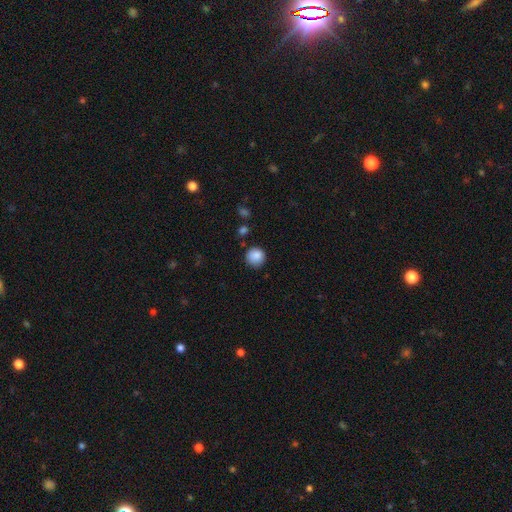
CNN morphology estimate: This appears to be a smooth galaxy with no disk features (87%) that is round (93%). Merging: none (84%).